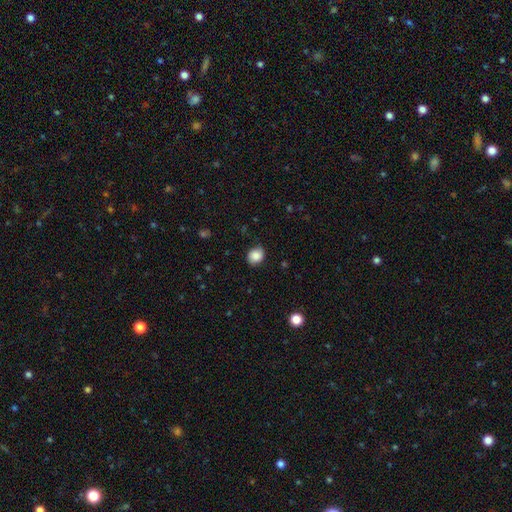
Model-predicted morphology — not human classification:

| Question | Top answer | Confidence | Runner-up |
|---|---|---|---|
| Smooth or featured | smooth | 86% | star or artifact (9%) |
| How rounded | round | 69% | in between (30%) |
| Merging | none | 82% | minor disturbance (13%) |